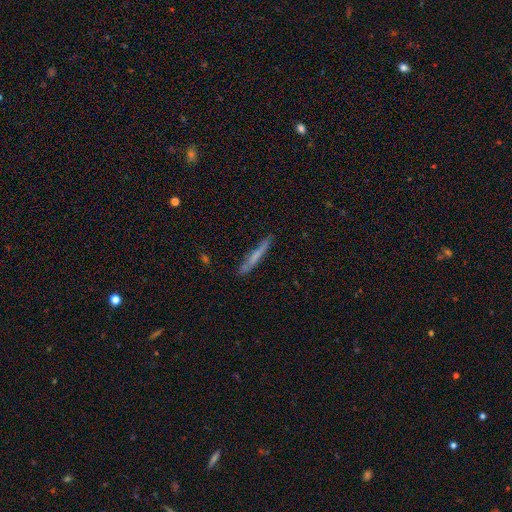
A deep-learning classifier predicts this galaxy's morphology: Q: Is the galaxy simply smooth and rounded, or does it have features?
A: smooth — 57%.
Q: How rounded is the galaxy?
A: cigar-shaped — 95%.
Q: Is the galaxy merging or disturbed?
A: none — 81%.